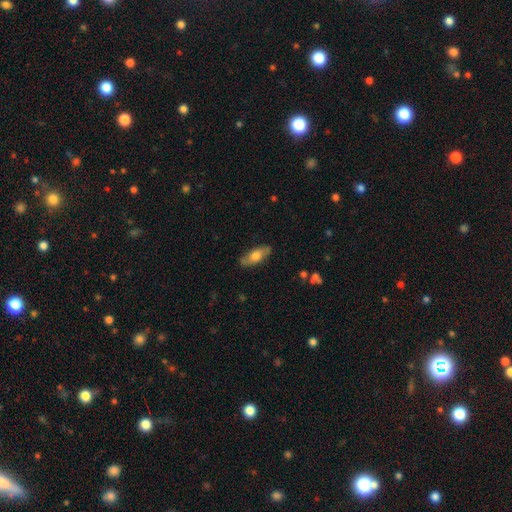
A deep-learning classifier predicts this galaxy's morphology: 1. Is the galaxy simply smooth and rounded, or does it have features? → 55% smooth, 39% featured or disk, 6% star or artifact.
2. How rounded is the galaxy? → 73% in between, 24% cigar-shaped, 3% round.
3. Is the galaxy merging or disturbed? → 84% none, 12% minor disturbance, 3% major disturbance, 1% merger.